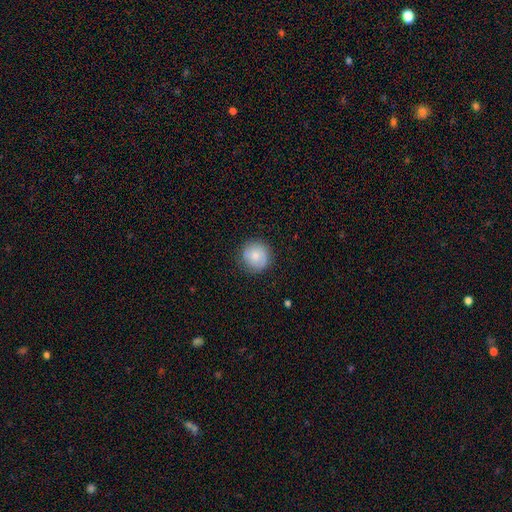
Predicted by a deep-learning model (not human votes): smooth 71%, featured or disk 21%, star or artifact 7%. Down the decision tree: how rounded — round (93%); merging — none (84%).